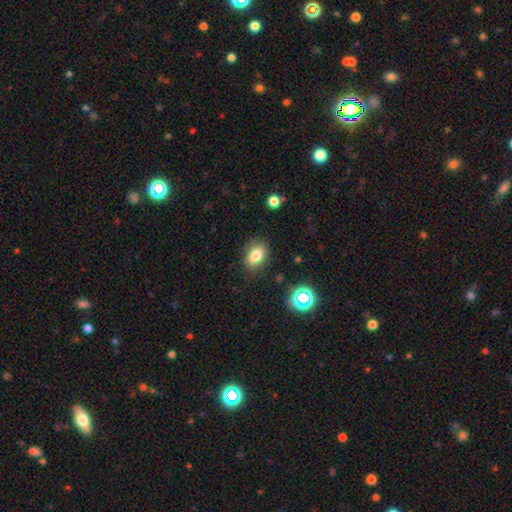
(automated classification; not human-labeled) Smooth or featured: smooth — 79% (star or artifact — 12%)
How rounded: in between — 80% (round — 17%)
Merging: none — 83% (minor disturbance — 12%)